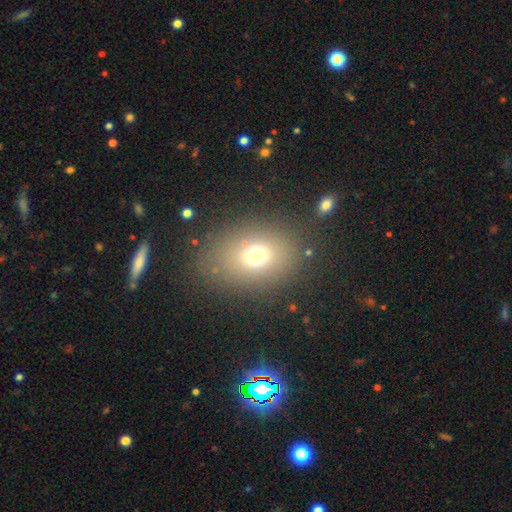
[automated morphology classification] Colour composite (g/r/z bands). It shows a smooth galaxy with no disk features (71%) that is in between round and cigar-shaped (59%). Merging: none (80%).